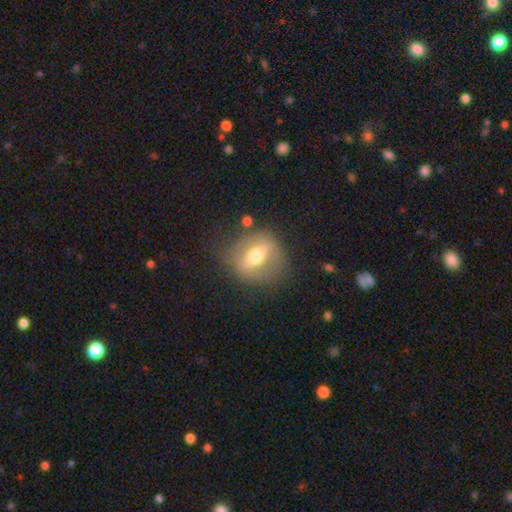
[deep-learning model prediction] This is possibly a featured or disk galaxy (53%). It is likely not viewed edge-on (71%). Merging: likely none (74%).